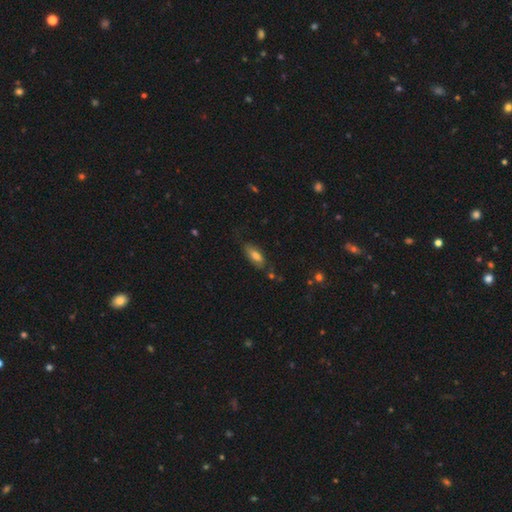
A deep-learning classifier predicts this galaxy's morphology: The model was most divided on "merging": none: 69%, minor disturbance: 23%, major disturbance: 6%, merger: 3%. More confident: how rounded — in between (80%); smooth or featured — smooth (74%).